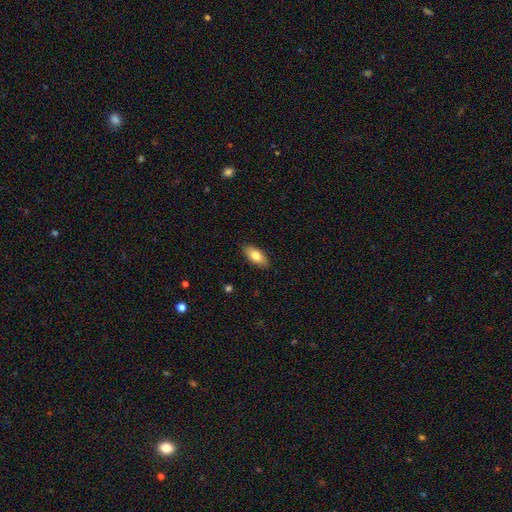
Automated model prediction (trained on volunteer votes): A smooth galaxy with no disk features (77%) that is in between round and cigar-shaped (88%). Merging: none (88%).